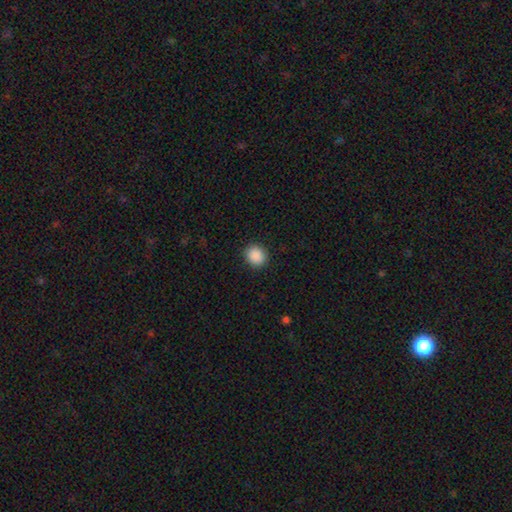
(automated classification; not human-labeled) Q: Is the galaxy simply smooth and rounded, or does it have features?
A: smooth — 89%.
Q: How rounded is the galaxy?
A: round — 80%.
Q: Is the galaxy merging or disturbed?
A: none — 91%.